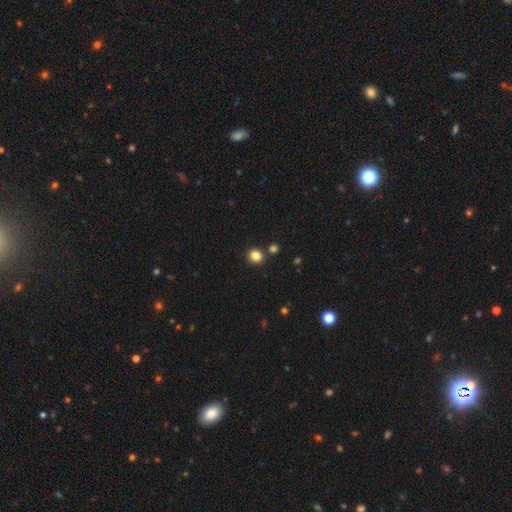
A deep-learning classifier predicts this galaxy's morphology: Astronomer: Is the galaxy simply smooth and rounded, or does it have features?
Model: smooth — 83%.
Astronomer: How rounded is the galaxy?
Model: round — 80%.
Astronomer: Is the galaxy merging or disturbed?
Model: none — 84%.